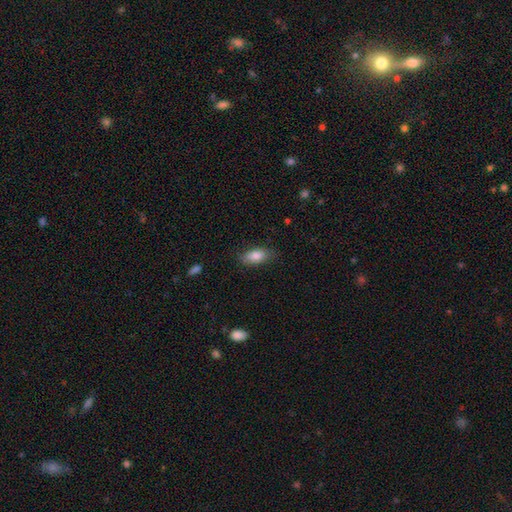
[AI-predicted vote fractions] Smooth or featured?
  - smooth: 84% *
  - featured or disk: 9%
  - star or artifact: 7%
How rounded?
  - in between: 87% *
  - cigar-shaped: 10%
  - round: 3%
Merging?
  - none: 81% *
  - minor disturbance: 14%
  - major disturbance: 3%
  - merger: 1%